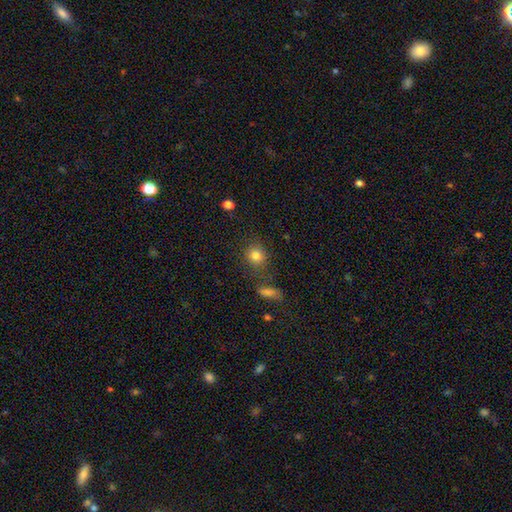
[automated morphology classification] type=smooth (82%); roundness=round (75%); merging=none (72%).